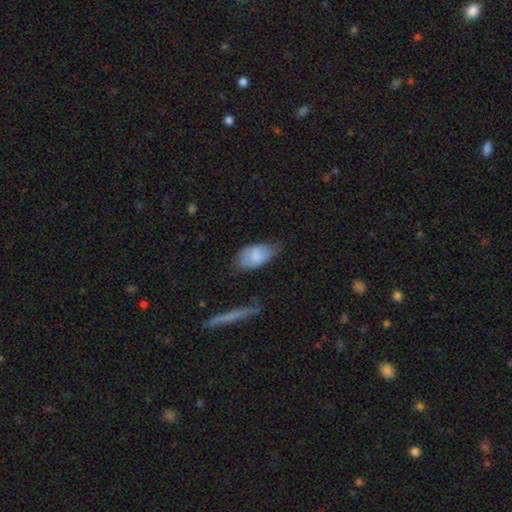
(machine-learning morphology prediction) Overall: smooth (77%). How rounded: in between (93%). Merging: none (55%; minor disturbance 34%).